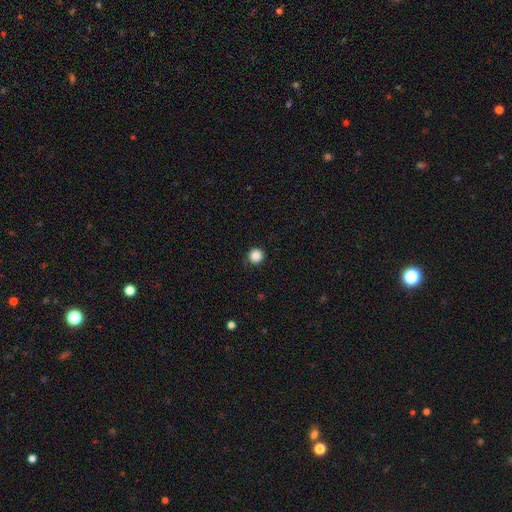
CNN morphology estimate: Smooth or featured: smooth — 86% (star or artifact — 10%)
How rounded: round — 94% (in between — 5%)
Merging: none — 87% (minor disturbance — 9%)